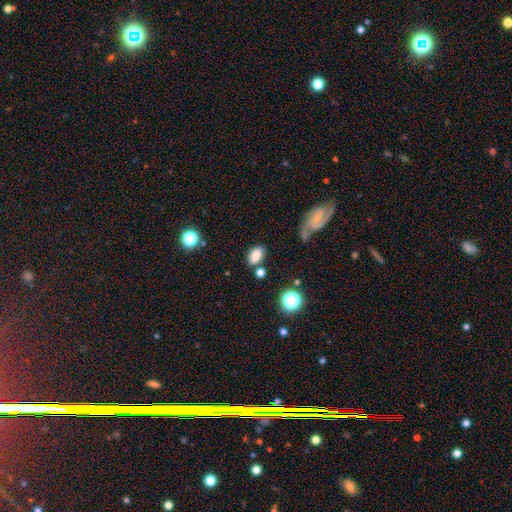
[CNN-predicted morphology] Overall: smooth (81%). How rounded: in between (88%). Merging: none (73%).